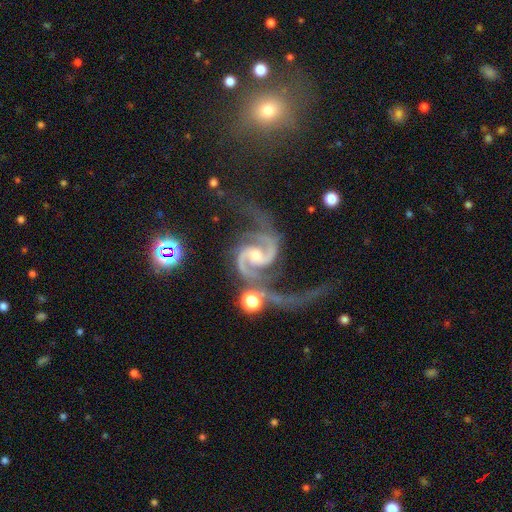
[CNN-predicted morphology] The model was most divided on "bulge size": small: 48%, moderate: 47%, large: 2%, none: 2%, dominant: 1%. Remaining: spiral arms — yes (99%); edge-on disk — no (98%); smooth or featured — featured or disk (93%); spiral arm count — 2 (93%); spiral winding — medium (54%); bar — no (44%); merging — none (44%).